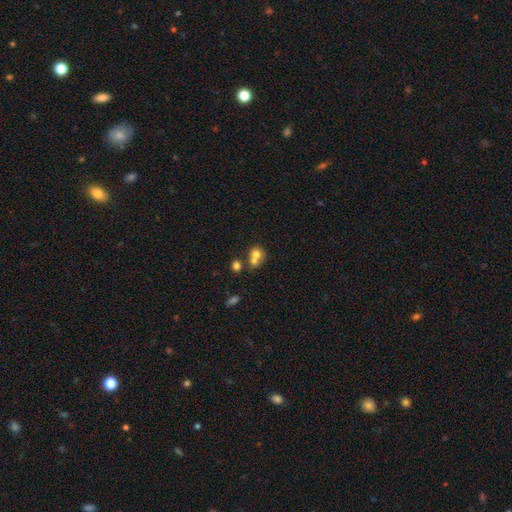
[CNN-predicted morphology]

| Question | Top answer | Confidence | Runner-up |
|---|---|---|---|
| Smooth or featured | smooth | 70% | featured or disk (18%) |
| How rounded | round | 72% | in between (27%) |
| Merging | merger | 59% | none (31%) |